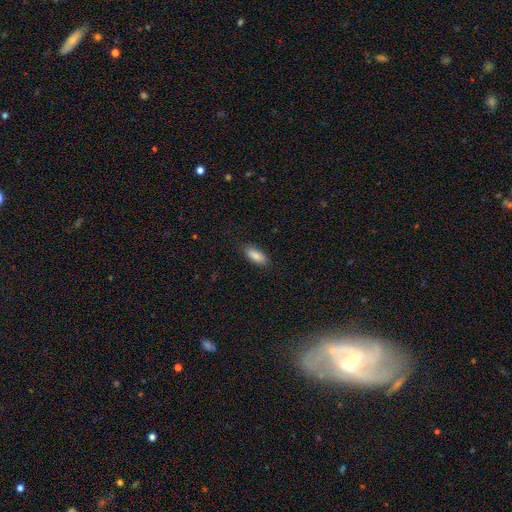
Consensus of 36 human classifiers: Smooth or featured? smooth (83%)
How rounded? in between (80%)
Merging? none (88%)